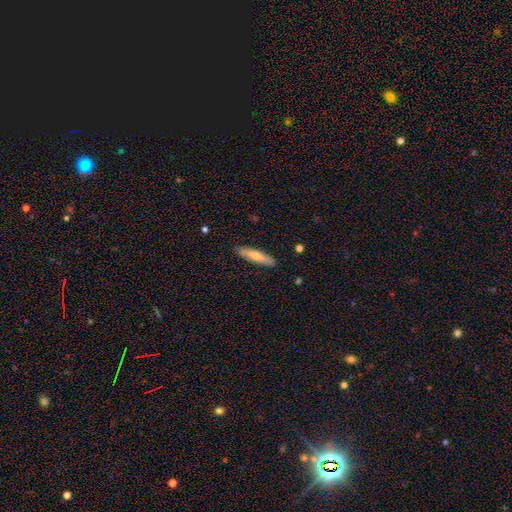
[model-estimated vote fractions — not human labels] smooth_or_featured: smooth (p=0.62) [alt: featured or disk p=0.32]
how_rounded: cigar-shaped (p=0.82) [alt: in between p=0.17]
merging: none (p=0.89) [alt: minor disturbance p=0.08]